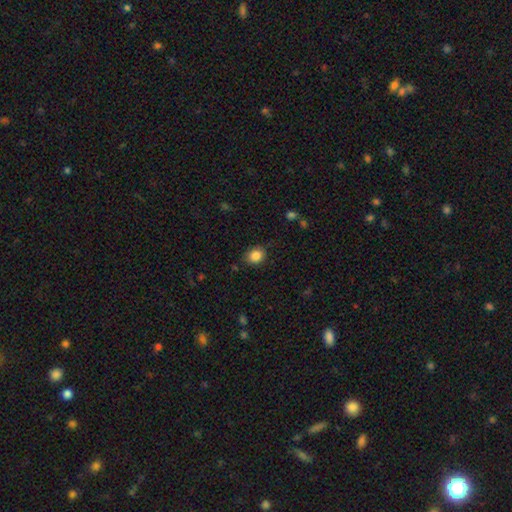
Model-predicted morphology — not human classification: smooth-or-featured: smooth: 85% | star or artifact: 10% | featured or disk: 5%
  how-rounded: round: 57% | in between: 43% | cigar-shaped: 1%
  merging: none: 81% | minor disturbance: 15% | major disturbance: 3% | merger: 1%